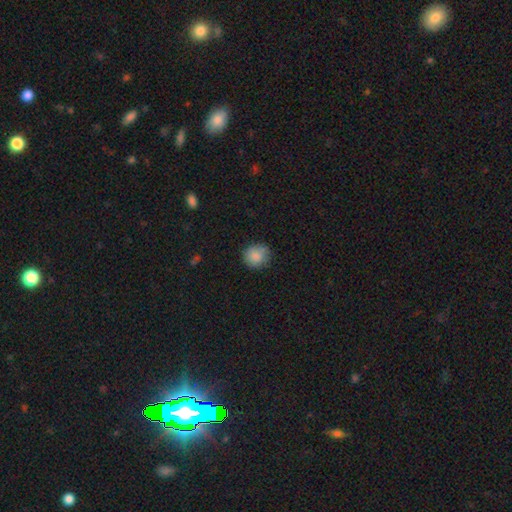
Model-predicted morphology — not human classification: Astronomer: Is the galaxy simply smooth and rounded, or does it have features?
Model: smooth — 85%.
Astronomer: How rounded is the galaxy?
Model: round — 87%.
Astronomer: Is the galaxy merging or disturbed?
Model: none — 74%.